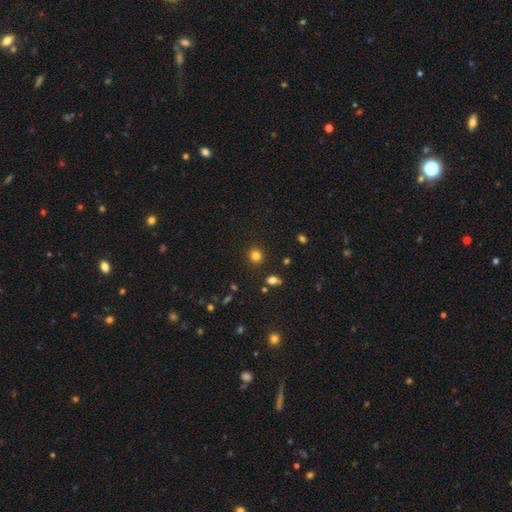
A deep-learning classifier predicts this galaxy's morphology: Smooth or featured?
  - smooth: 81% *
  - star or artifact: 14%
  - featured or disk: 5%
How rounded?
  - round: 87% *
  - in between: 13%
  - cigar-shaped: 1%
Merging?
  - none: 89% *
  - minor disturbance: 6%
  - major disturbance: 2%
  - merger: 2%